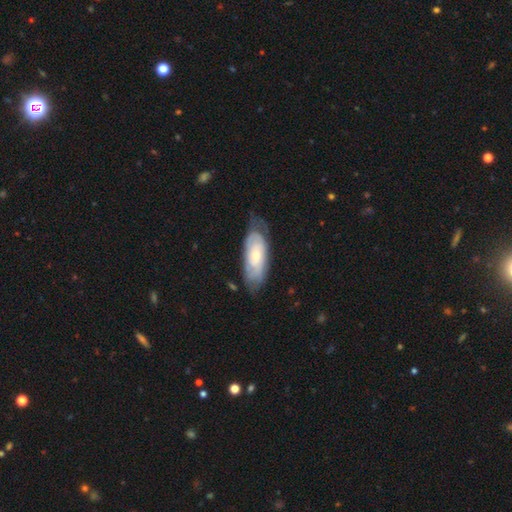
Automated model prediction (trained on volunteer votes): Q: Smooth or featured?
A: featured or disk (60%); runner-up: smooth (35%)
Q: Edge-on disk?
A: no (88%); runner-up: yes (12%)
Q: Bar?
A: no (75%); runner-up: weak (21%)
Q: Spiral arms?
A: yes (78%); runner-up: no (22%)
Q: Bulge size?
A: small (50%); runner-up: moderate (43%)
Q: Merging?
A: none (59%); runner-up: minor disturbance (28%)